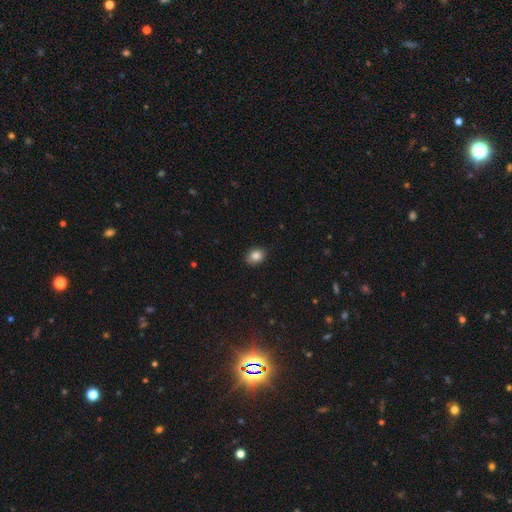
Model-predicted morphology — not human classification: smooth_or_featured: smooth (p=0.86) [alt: star or artifact p=0.09]
how_rounded: in between (p=0.57) [alt: round p=0.42]
merging: none (p=0.86) [alt: minor disturbance p=0.11]